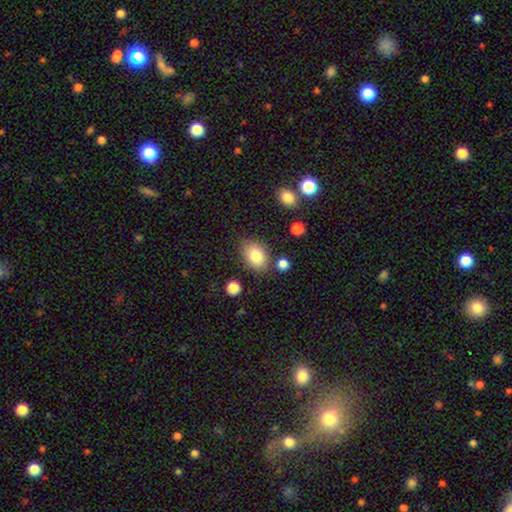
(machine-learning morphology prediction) smooth_or_featured: smooth (p=0.83) [alt: featured or disk p=0.09]
how_rounded: in between (p=0.76) [alt: round p=0.23]
merging: none (p=0.77) [alt: minor disturbance p=0.14]